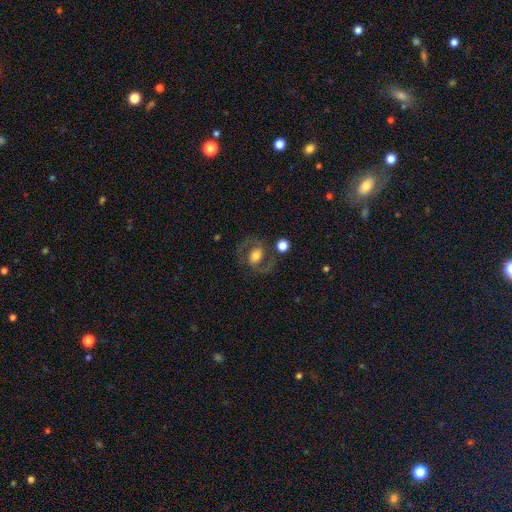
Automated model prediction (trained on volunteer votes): This is likely a featured or disk galaxy (65%). It is clearly not viewed edge-on (96%). Bar: possibly no (45%). Spiral arm pattern: clearly yes (82%). Spiral arm count: clearly 2 (89%). Spiral winding: possibly medium (58%). Central bulge: possibly moderate (58%). Merging: likely none (69%).